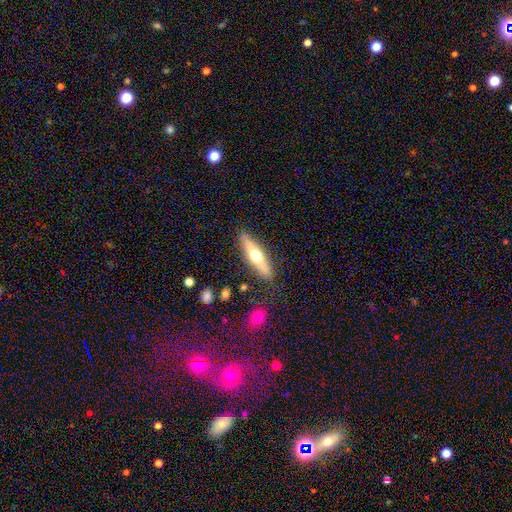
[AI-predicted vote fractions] Smooth or featured? featured or disk (49%)
Merging? none (85%)